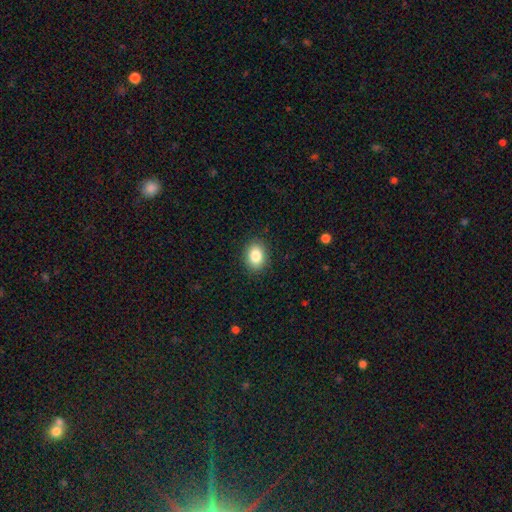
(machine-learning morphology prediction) Q: Smooth or featured?
A: smooth (85%); runner-up: star or artifact (9%)
Q: How rounded?
A: in between (66%); runner-up: round (33%)
Q: Merging?
A: none (88%); runner-up: minor disturbance (8%)